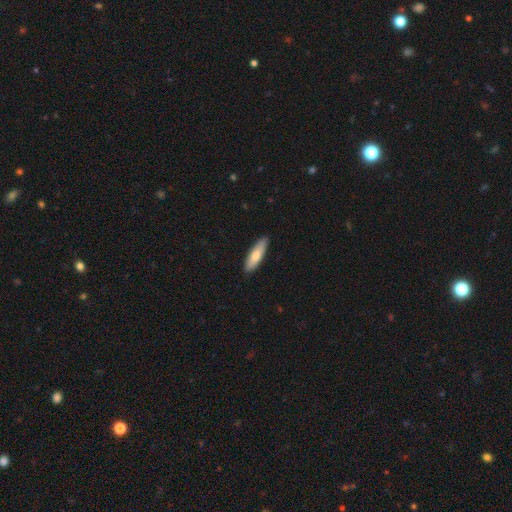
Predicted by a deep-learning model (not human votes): smooth_or_featured: smooth (p=0.75) [alt: featured or disk p=0.20]
how_rounded: cigar-shaped (p=0.60) [alt: in between p=0.39]
merging: none (p=0.88) [alt: minor disturbance p=0.09]